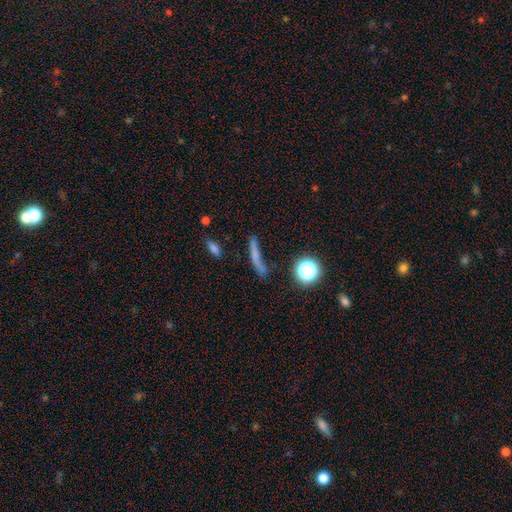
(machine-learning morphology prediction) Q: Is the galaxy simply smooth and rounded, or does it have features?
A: smooth — 59%.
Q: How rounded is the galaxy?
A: cigar-shaped — 79%.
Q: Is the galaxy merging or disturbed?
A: none — 61%.